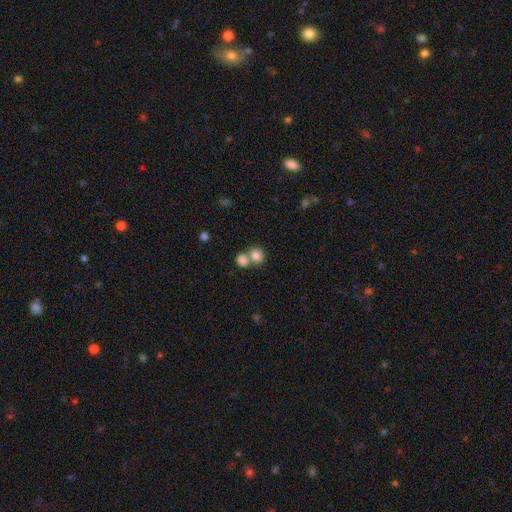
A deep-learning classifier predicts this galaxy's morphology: Smooth or featured? Predicted: smooth (p=0.82). How rounded? Predicted: round (p=0.79). Merging? Predicted: merger (p=0.46).